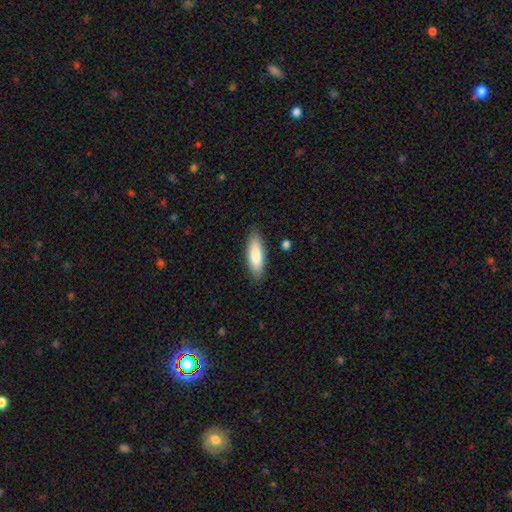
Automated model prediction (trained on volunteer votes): The model was most divided on "how rounded": in between: 55%, cigar-shaped: 44%, round: 2%. More confident: merging — none (86%); smooth or featured — smooth (82%).